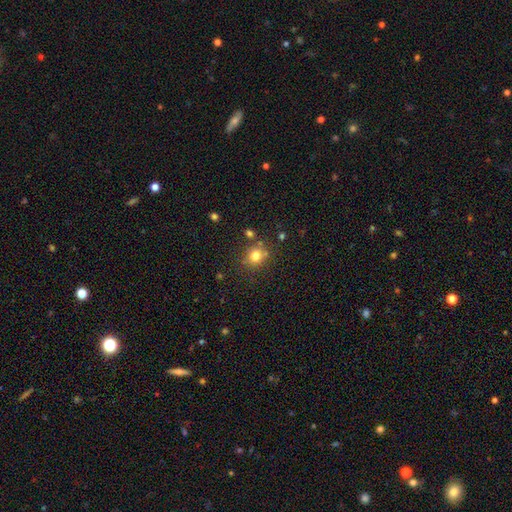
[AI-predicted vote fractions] Smooth or featured: smooth — 76% (star or artifact — 15%)
How rounded: round — 81% (in between — 18%)
Merging: none — 72% (minor disturbance — 13%)